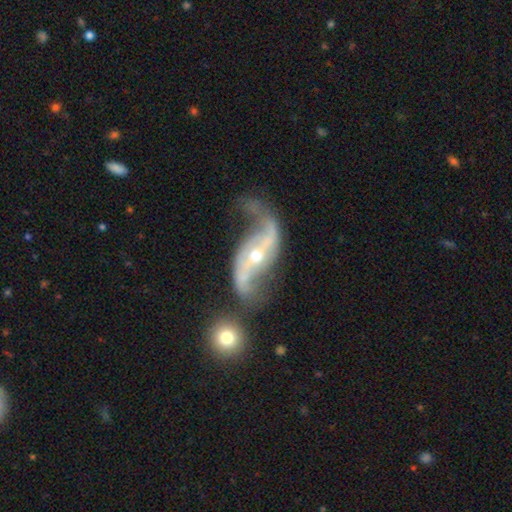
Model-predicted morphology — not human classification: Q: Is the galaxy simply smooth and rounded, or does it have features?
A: featured or disk — 90%.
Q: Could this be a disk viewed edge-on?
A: no — 95%.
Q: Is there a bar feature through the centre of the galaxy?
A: strong — 37%.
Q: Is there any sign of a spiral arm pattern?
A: yes — 95%.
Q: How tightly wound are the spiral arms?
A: loose — 78%.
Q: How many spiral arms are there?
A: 2 — 92%.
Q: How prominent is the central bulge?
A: moderate — 49%.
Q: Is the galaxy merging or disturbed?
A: none — 47%.